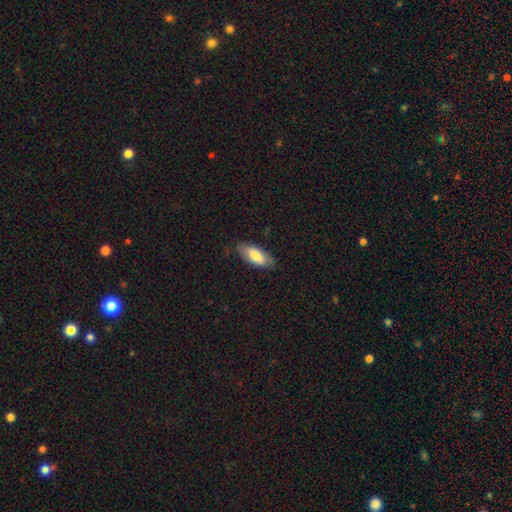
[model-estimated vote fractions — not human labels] Q: Smooth or featured?
A: smooth (73%); runner-up: featured or disk (21%)
Q: How rounded?
A: in between (83%); runner-up: cigar-shaped (15%)
Q: Merging?
A: none (78%); runner-up: minor disturbance (18%)